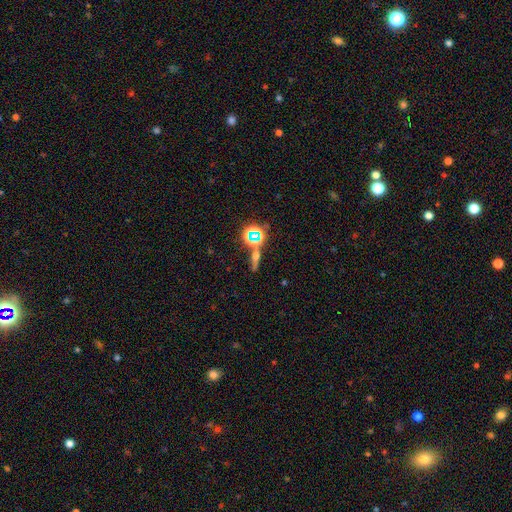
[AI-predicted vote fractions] Smooth or featured? Predicted: star or artifact (p=0.35).